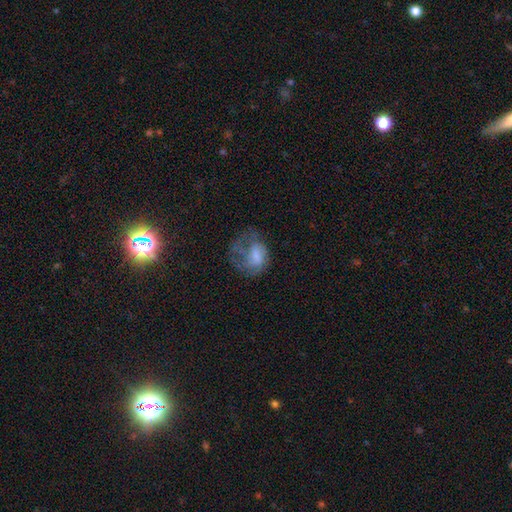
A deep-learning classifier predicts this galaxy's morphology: smooth_or_featured: smooth (p=0.46) [alt: featured or disk p=0.44]
merging: major disturbance (p=0.47) [alt: none p=0.29]